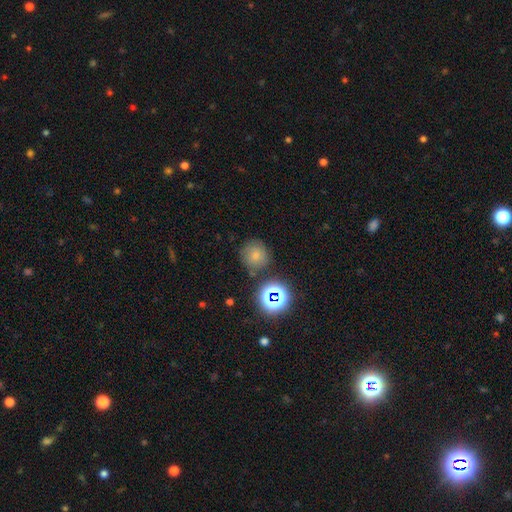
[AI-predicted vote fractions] Q: Smooth or featured?
A: smooth (64%); runner-up: star or artifact (20%)
Q: How rounded?
A: round (90%); runner-up: in between (9%)
Q: Merging?
A: none (73%); runner-up: minor disturbance (14%)